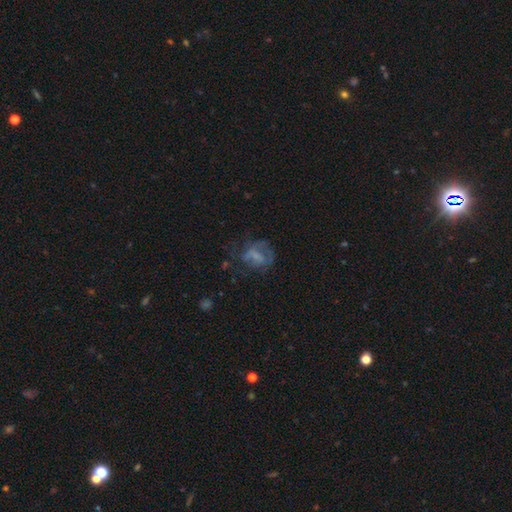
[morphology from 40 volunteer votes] Smooth or featured: featured or disk — 48% (smooth — 40%)
Edge-on disk: no — 100%
Bar: weak — 47% (no — 42%)
Spiral arms: no — 63% (yes — 37%)
Bulge size: none — 58% (small — 16%)
Merging: none — 46% (major disturbance — 29%)